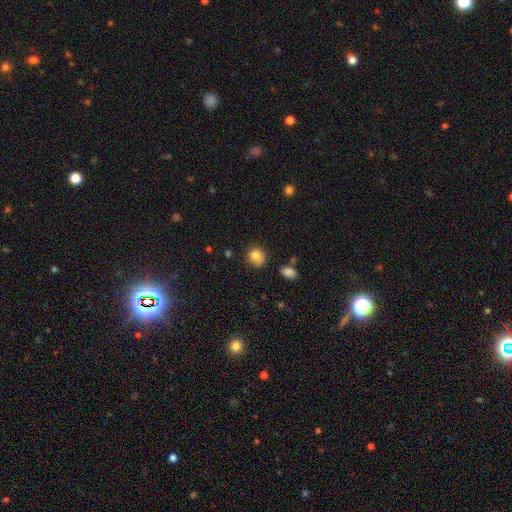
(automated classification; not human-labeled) Morphology: type=smooth (83%); roundness=round (66%); merging=none (67%).